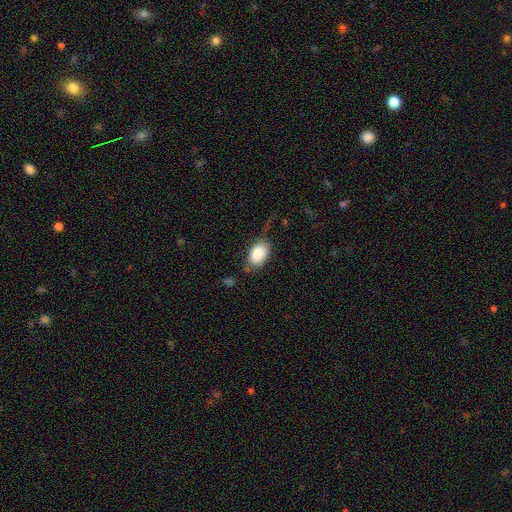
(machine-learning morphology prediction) Smooth or featured? Predicted: smooth (p=0.87). How rounded? Predicted: in between (p=0.91). Merging? Predicted: none (p=0.56).